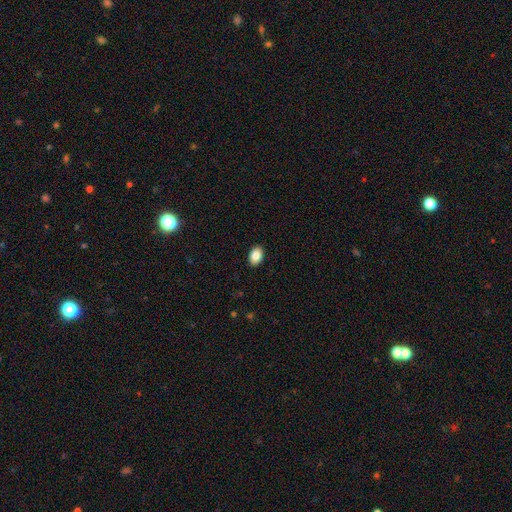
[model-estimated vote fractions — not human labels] Smooth or featured? smooth (86%)
How rounded? in between (86%)
Merging? none (91%)